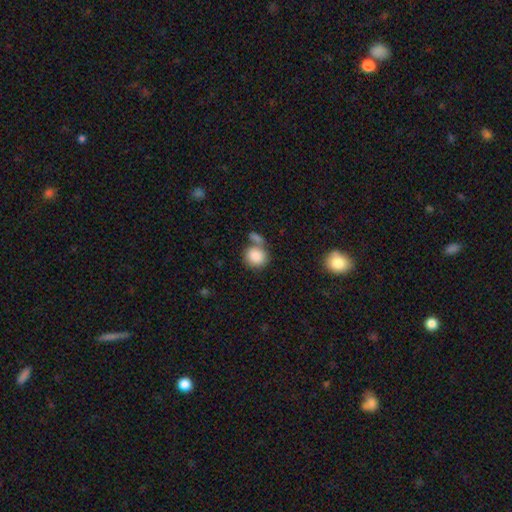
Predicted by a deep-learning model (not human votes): Smooth or featured? smooth (86%)
How rounded? round (77%)
Merging? none (48%)